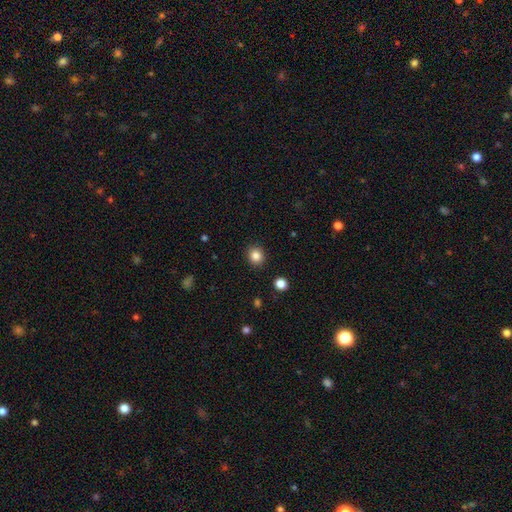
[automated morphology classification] Smooth or featured? smooth (85%)
How rounded? round (82%)
Merging? none (91%)